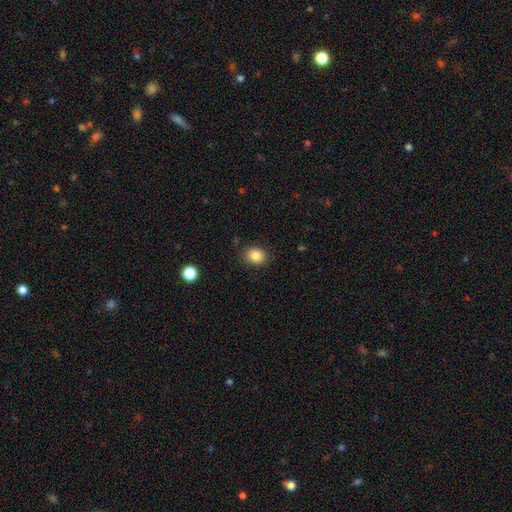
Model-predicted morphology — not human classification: Q: Smooth or featured?
A: smooth (84%); runner-up: star or artifact (10%)
Q: How rounded?
A: round (53%); runner-up: in between (46%)
Q: Merging?
A: none (86%); runner-up: minor disturbance (10%)